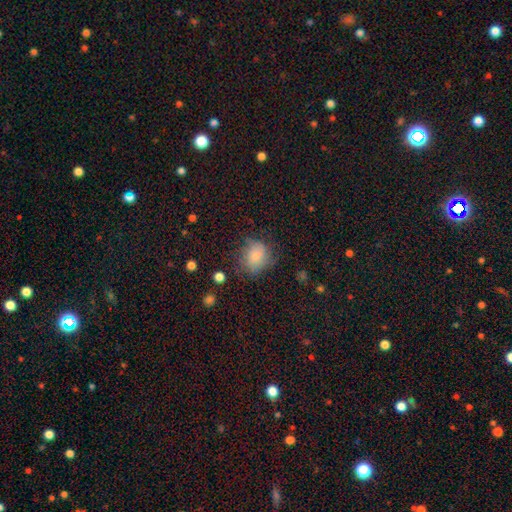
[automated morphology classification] Smooth or featured? smooth (75%)
How rounded? round (58%)
Merging? none (57%)